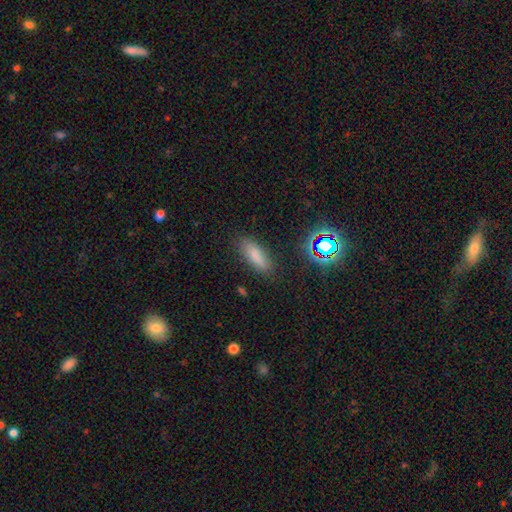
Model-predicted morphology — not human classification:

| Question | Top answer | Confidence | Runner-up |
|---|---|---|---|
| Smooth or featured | smooth | 78% | star or artifact (14%) |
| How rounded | in between | 65% | cigar-shaped (33%) |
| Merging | none | 82% | minor disturbance (13%) |